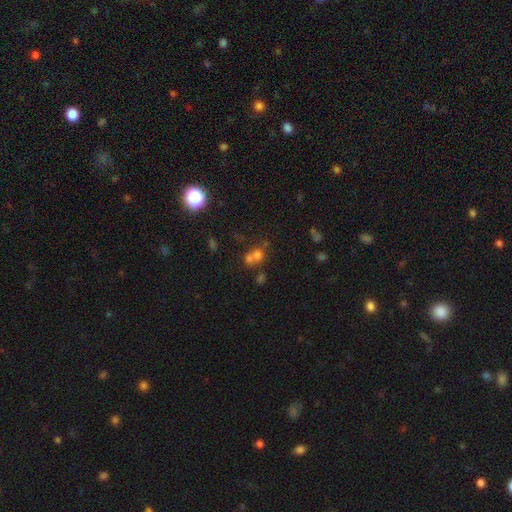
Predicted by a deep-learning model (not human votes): Smooth or featured? smooth (61%)
How rounded? round (75%)
Merging? merger (53%)